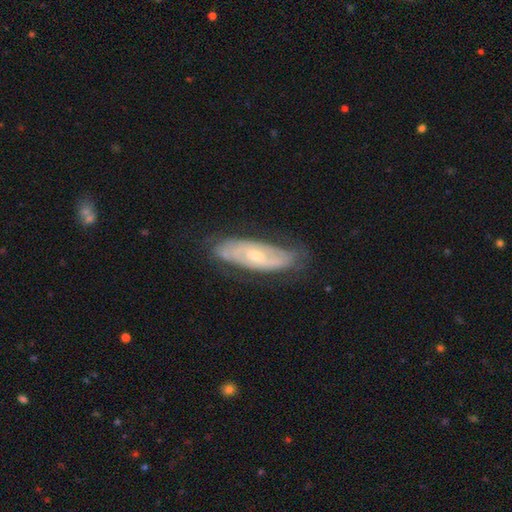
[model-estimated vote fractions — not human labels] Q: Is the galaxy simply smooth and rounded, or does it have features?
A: featured or disk — 74%.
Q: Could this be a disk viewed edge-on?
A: no — 83%.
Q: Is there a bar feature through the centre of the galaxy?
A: no — 59%.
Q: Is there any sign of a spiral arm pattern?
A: yes — 78%.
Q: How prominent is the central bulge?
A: small — 54%.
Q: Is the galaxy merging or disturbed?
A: none — 73%.